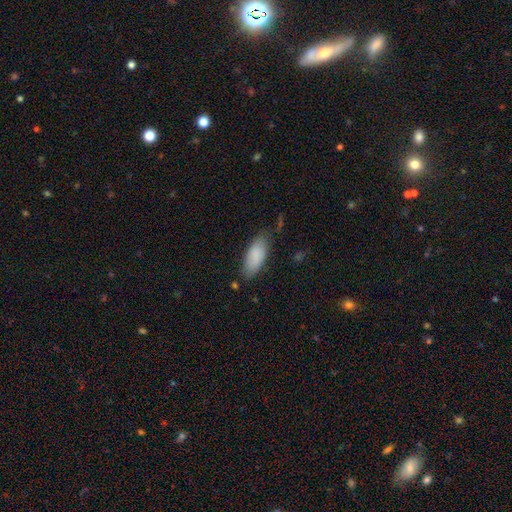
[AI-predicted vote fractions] Smooth or featured? smooth (86%)
How rounded? in between (83%)
Merging? none (68%)